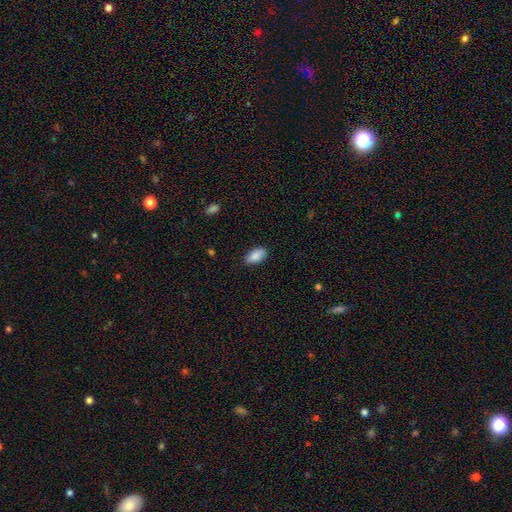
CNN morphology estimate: A smooth galaxy with no disk features (88%) that is in between round and cigar-shaped (92%).

Vote fractions:
- Smooth or featured? smooth: 88% / star or artifact: 7% / featured or disk: 6%
- How rounded? in between: 92% / cigar-shaped: 5% / round: 3%
- Merging? none: 86% / minor disturbance: 10% / major disturbance: 2% / merger: 1%